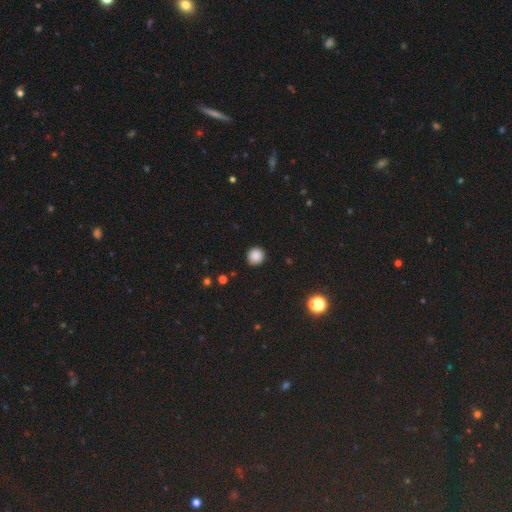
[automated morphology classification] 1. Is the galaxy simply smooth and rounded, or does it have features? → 87% smooth, 11% star or artifact, 3% featured or disk.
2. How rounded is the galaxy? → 92% round, 7% in between, 1% cigar-shaped.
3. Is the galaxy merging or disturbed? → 91% none, 6% minor disturbance, 2% major disturbance, 1% merger.